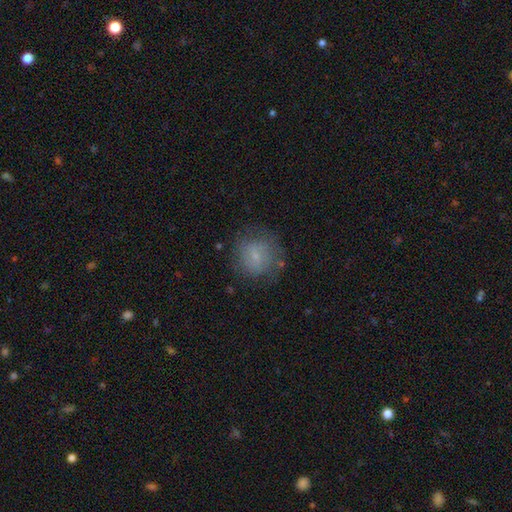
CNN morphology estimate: A smooth galaxy with no disk features (61%) that is round (84%).

Vote fractions:
- Smooth or featured? smooth: 61% / featured or disk: 29% / star or artifact: 10%
- How rounded? round: 84% / in between: 14% / cigar-shaped: 1%
- Merging? none: 69% / minor disturbance: 19% / major disturbance: 10% / merger: 2%